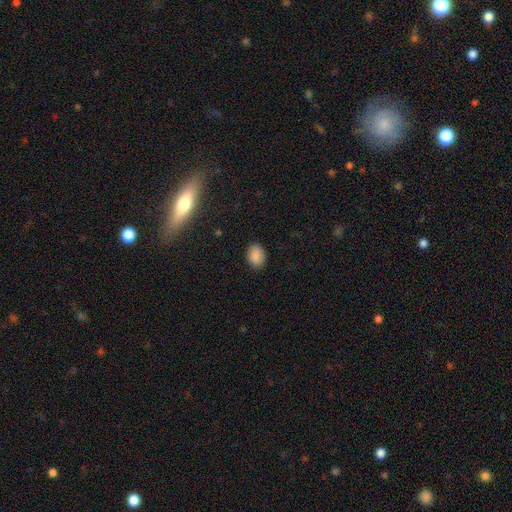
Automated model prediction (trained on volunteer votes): smooth_or_featured: smooth (p=0.87) [alt: star or artifact p=0.09]
how_rounded: in between (p=0.78) [alt: round p=0.21]
merging: none (p=0.87) [alt: minor disturbance p=0.10]